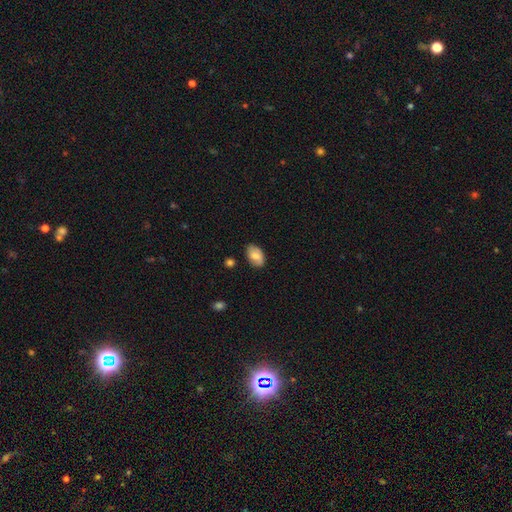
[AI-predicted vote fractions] smooth-or-featured: smooth: 74% | featured or disk: 19% | star or artifact: 7%
  how-rounded: in between: 92% | round: 7% | cigar-shaped: 1%
  merging: none: 79% | minor disturbance: 16% | major disturbance: 3% | merger: 2%